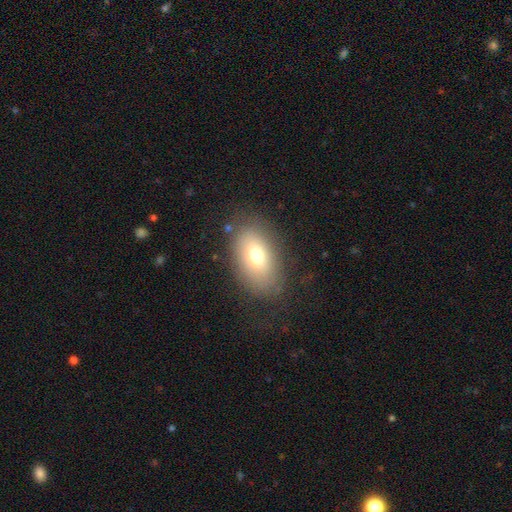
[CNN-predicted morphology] smooth-or-featured: smooth: 71% | featured or disk: 18% | star or artifact: 11%
  how-rounded: in between: 87% | round: 11% | cigar-shaped: 2%
  merging: none: 77% | minor disturbance: 14% | major disturbance: 7% | merger: 2%